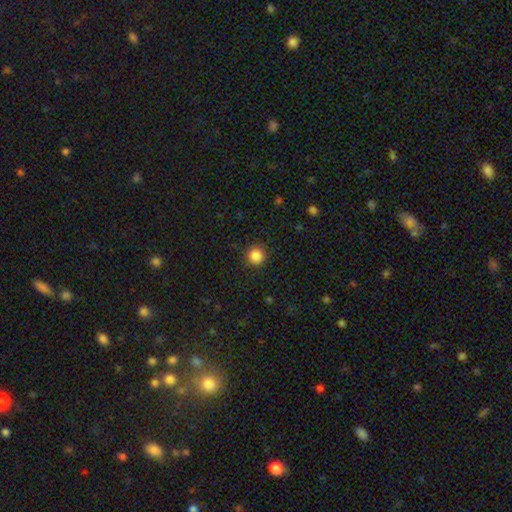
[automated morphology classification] Smooth or featured? smooth (86%)
How rounded? round (94%)
Merging? none (91%)